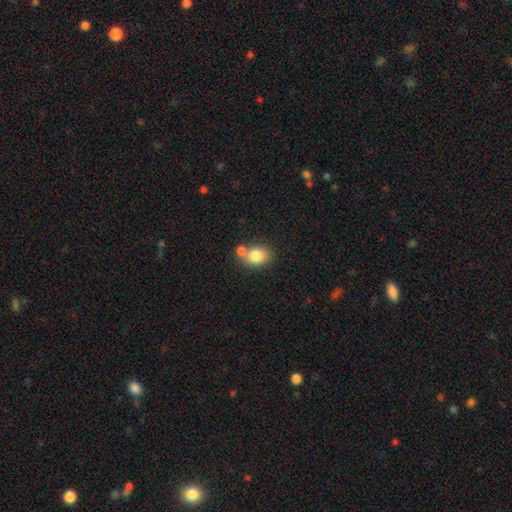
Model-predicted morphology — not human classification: The model was most divided on "how rounded": in between: 56%, round: 43%, cigar-shaped: 1%. More confident: smooth or featured — smooth (81%); merging — none (51%).